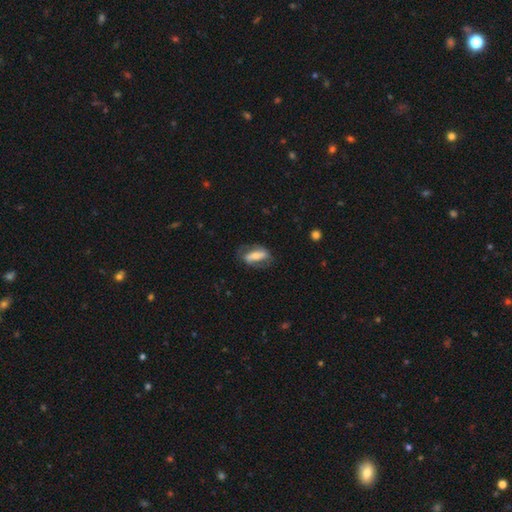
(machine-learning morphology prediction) Q: Smooth or featured?
A: featured or disk (54%); runner-up: smooth (39%)
Q: Edge-on disk?
A: no (83%); runner-up: yes (17%)
Q: Merging?
A: none (65%); runner-up: minor disturbance (20%)